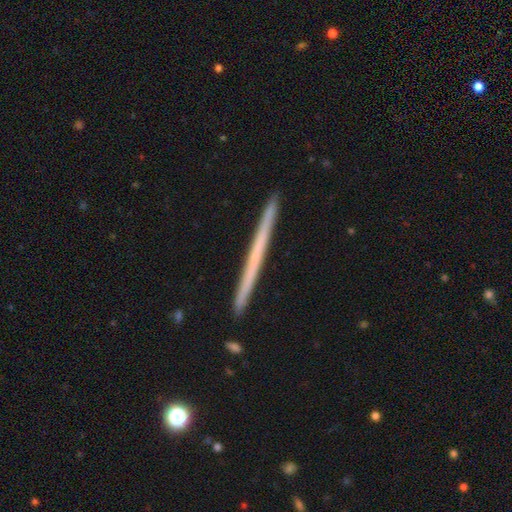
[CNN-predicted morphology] Smooth or featured: featured or disk — 53% (smooth — 41%)
Edge-on disk: yes — 98% (no — 2%)
Edge-on bulge: none — 93% (rounded — 5%)
Merging: none — 92% (minor disturbance — 5%)